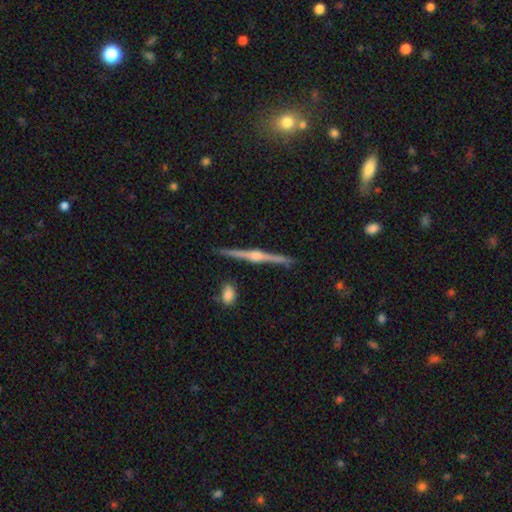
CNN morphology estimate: A featured or disk galaxy (86%) viewed edge-on (98%) with a rounded central bulge (89%). Merging: none (91%).